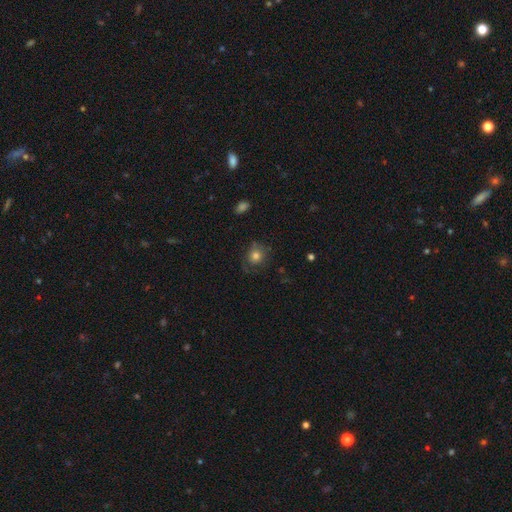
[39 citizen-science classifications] A smooth galaxy with no disk features (74%) that is round (86%).

Vote fractions:
- Smooth or featured? smooth: 74% / featured or disk: 18% / star or artifact: 8%
- How rounded? round: 86% / in between: 14% / cigar-shaped: 0%
- Merging? none: 67% / minor disturbance: 31% / major disturbance: 3% / merger: 0%